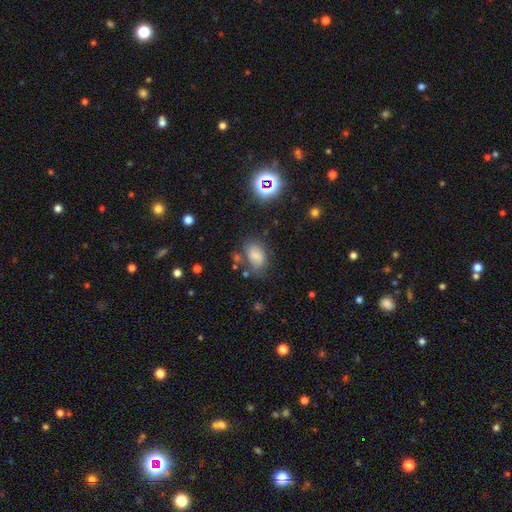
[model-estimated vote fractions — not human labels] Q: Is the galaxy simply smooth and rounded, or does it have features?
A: smooth — 73%.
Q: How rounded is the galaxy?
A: in between — 87%.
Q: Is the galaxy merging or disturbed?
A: none — 61%.